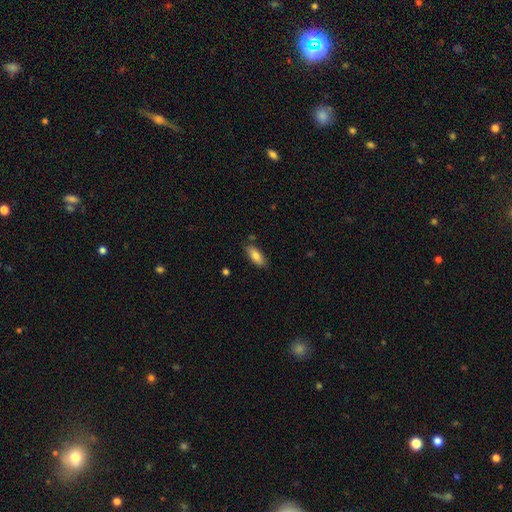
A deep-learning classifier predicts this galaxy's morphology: smooth 82%, featured or disk 12%, star or artifact 7%. Down the decision tree: how rounded — in between (80%); merging — none (81%).